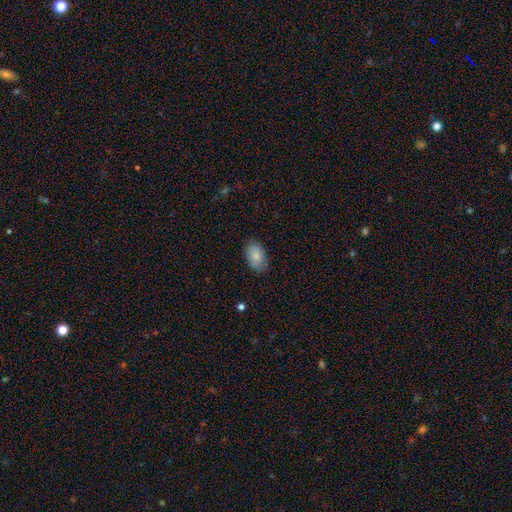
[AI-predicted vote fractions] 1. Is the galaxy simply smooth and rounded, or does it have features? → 86% smooth, 7% featured or disk, 7% star or artifact.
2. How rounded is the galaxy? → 91% in between, 7% round, 1% cigar-shaped.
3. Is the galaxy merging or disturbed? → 82% none, 14% minor disturbance, 3% major disturbance, 1% merger.